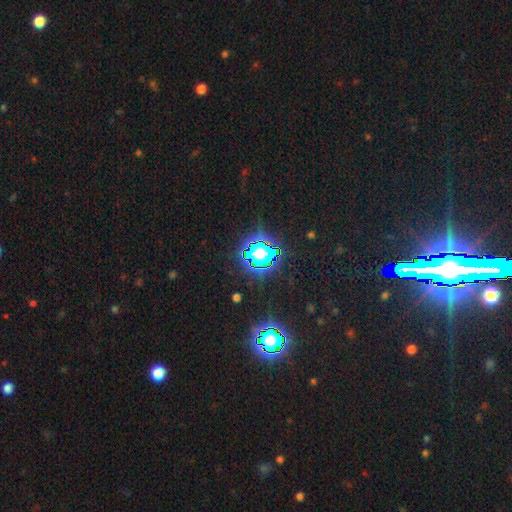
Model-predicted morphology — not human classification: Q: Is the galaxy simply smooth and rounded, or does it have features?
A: star or artifact — 80%.